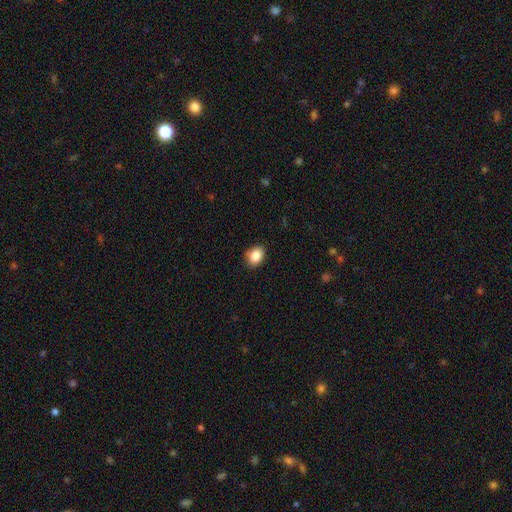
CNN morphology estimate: This appears to be a smooth galaxy with no disk features (87%) that is in between round and cigar-shaped (69%). Merging: none (85%).